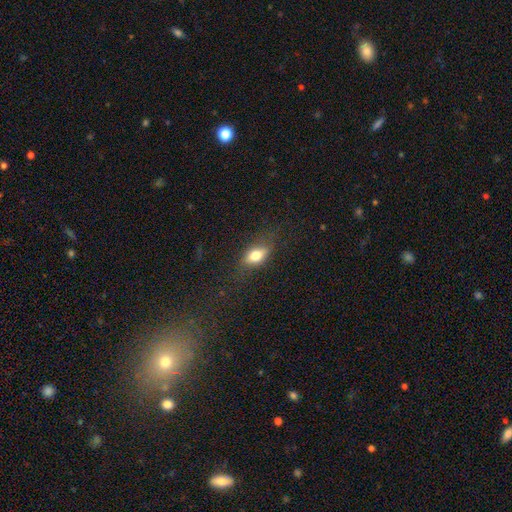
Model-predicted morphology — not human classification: smooth 70%, featured or disk 21%, star or artifact 10%. Down the decision tree: how rounded — in between (80%); merging — none (77%).